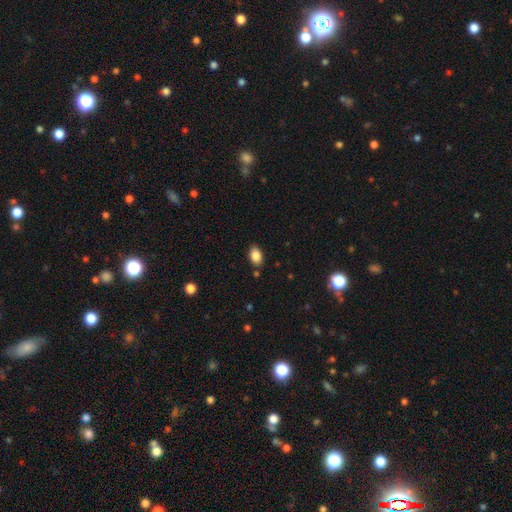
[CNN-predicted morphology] A smooth galaxy with no disk features (86%) that is in between round and cigar-shaped (88%). Merging: none (84%).